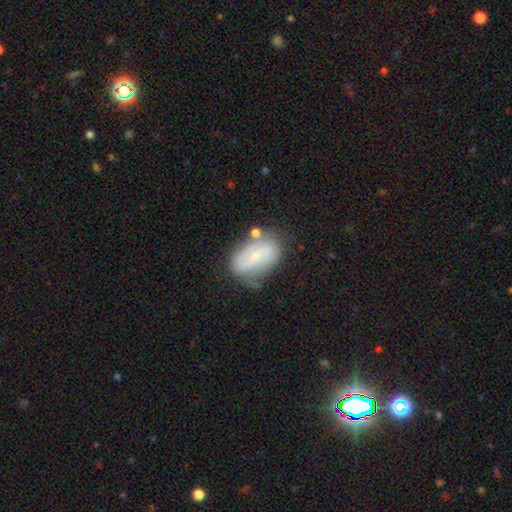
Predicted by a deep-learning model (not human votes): This is possibly a smooth galaxy (46%, tied with featured or disk). Merging: possibly none (54%).